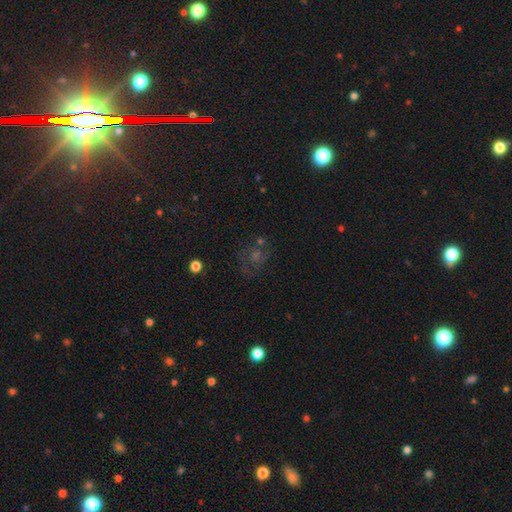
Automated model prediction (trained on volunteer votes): Morphology: type=star or artifact (36%).